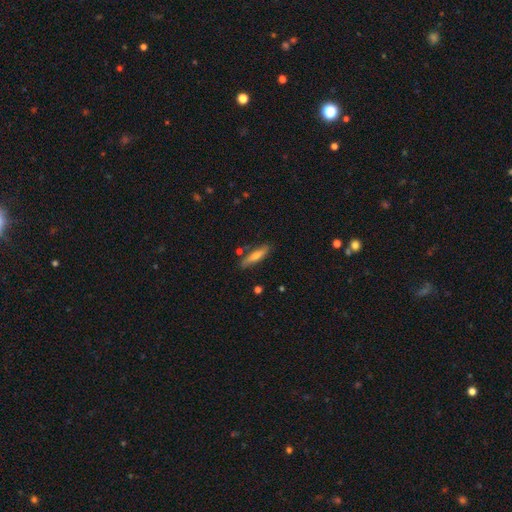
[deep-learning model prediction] Smooth or featured: smooth — 54% (featured or disk — 39%)
How rounded: cigar-shaped — 80% (in between — 18%)
Merging: none — 82% (minor disturbance — 12%)